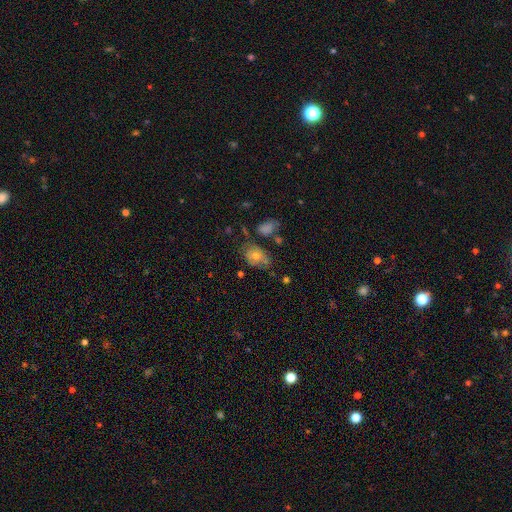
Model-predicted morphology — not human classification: type=smooth (57%); roundness=in between (69%); merging=none (55%).